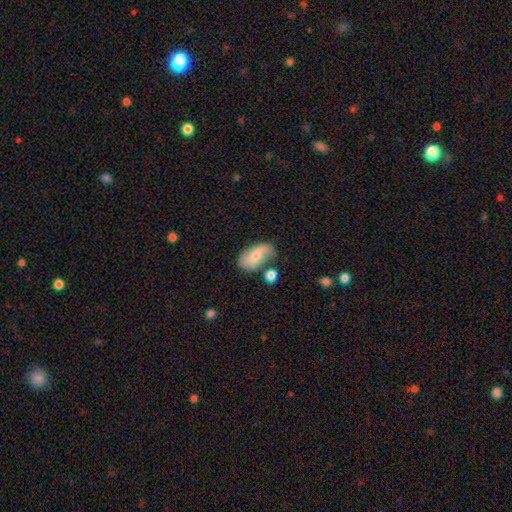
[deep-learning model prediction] This appears to be a smooth galaxy with no disk features (56%) that is in between round and cigar-shaped (91%). Merging: none (59%).